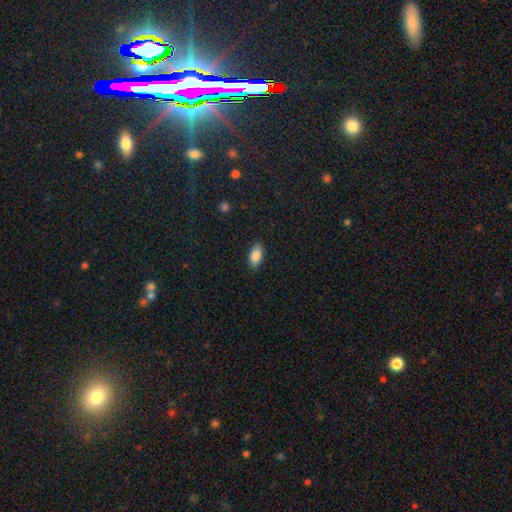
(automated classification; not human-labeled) Smooth or featured? smooth (88%)
How rounded? in between (92%)
Merging? none (87%)